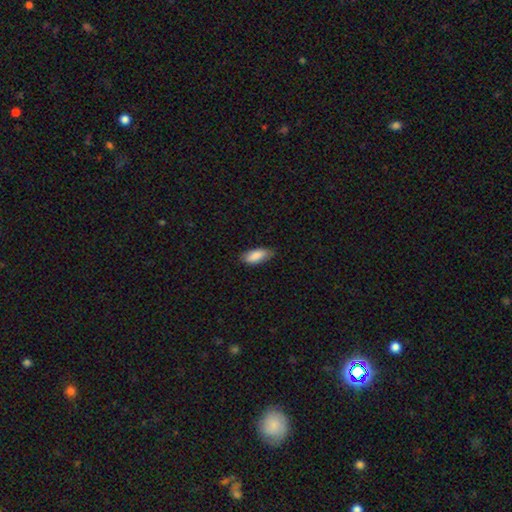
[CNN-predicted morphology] The model was most divided on "merging": none: 77%, minor disturbance: 19%, major disturbance: 3%, merger: 1%. More confident: smooth or featured — smooth (88%); how rounded — in between (83%).